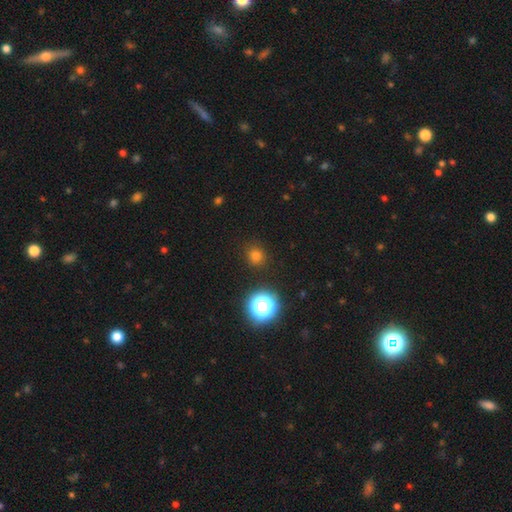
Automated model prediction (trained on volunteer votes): This appears to be a smooth galaxy with no disk features (74%) that is round (90%). Merging: none (89%).